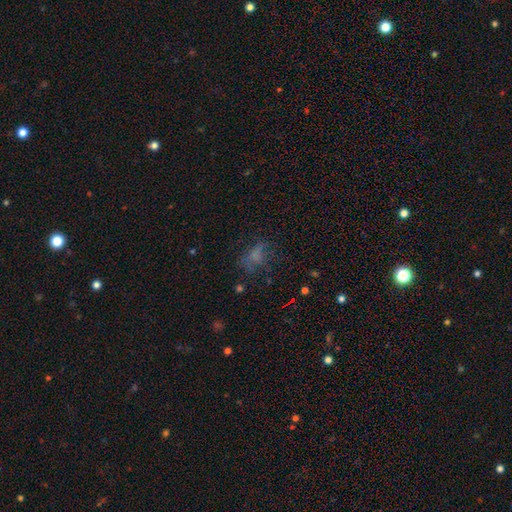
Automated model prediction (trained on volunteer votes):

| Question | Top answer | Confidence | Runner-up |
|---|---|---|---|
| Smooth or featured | smooth | 58% | star or artifact (23%) |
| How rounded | in between | 76% | round (19%) |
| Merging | none | 50% | major disturbance (25%) |